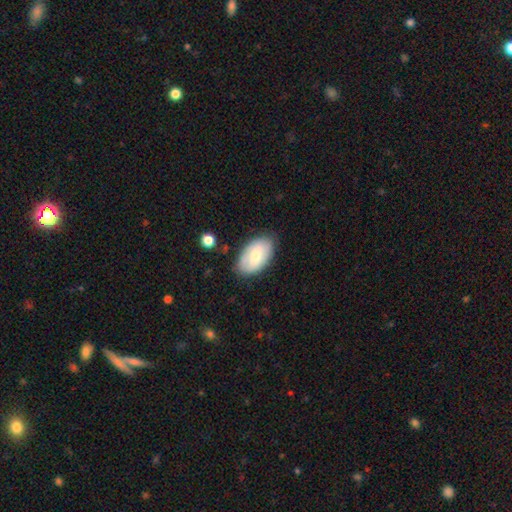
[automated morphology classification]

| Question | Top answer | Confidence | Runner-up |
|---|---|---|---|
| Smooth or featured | smooth | 60% | featured or disk (34%) |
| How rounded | in between | 94% | round (5%) |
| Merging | none | 77% | minor disturbance (18%) |